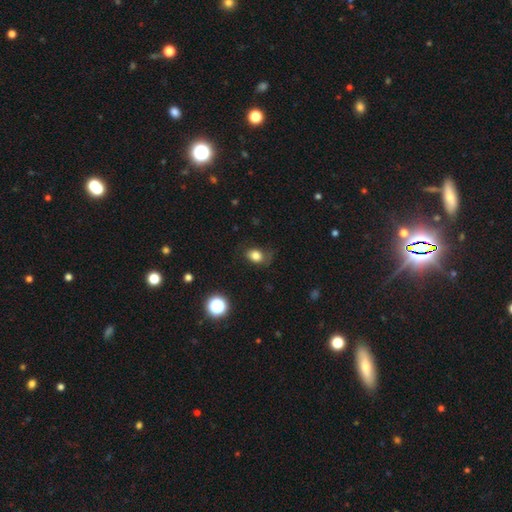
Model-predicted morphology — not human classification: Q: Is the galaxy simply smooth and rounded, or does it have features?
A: smooth — 81%.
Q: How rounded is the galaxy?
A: in between — 59%.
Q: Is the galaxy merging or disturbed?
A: none — 67%.